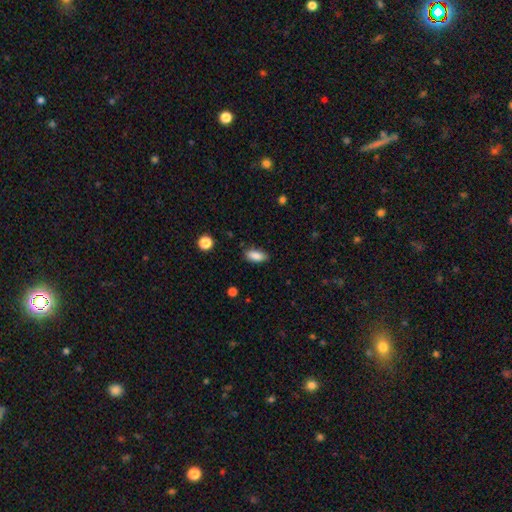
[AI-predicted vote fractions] Overall: smooth (87%). How rounded: in between (85%). Merging: none (82%).